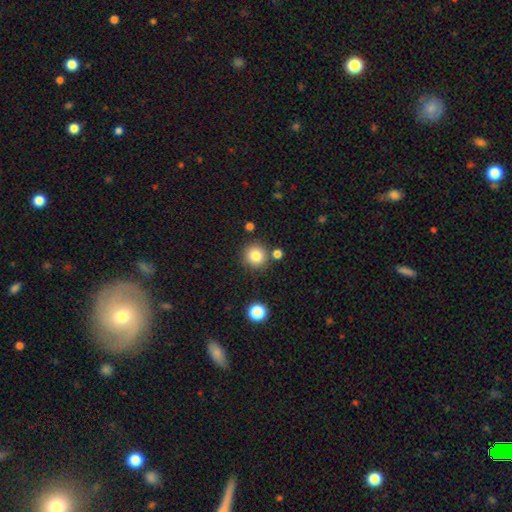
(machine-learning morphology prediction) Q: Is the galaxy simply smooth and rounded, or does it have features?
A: smooth — 82%.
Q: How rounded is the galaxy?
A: round — 93%.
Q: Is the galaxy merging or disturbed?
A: none — 82%.